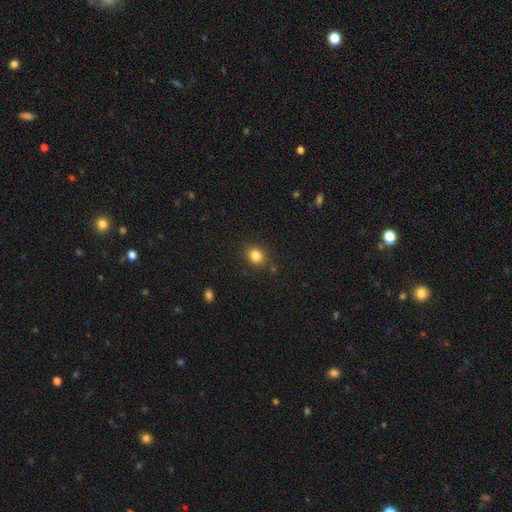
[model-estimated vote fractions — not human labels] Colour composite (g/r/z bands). It shows a smooth galaxy with no disk features (84%) that is round (60%). Merging: none (86%).